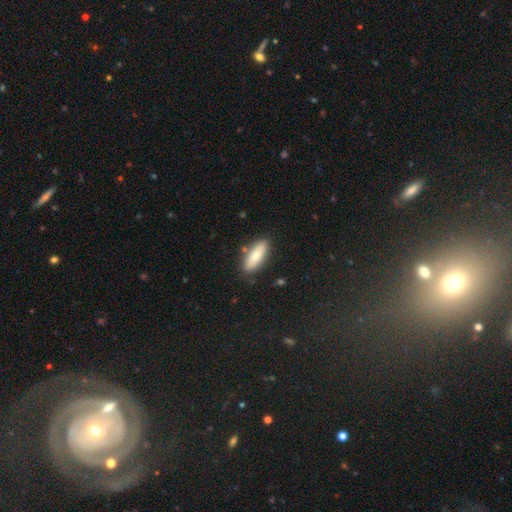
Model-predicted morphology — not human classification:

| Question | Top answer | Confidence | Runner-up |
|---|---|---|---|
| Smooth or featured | smooth | 75% | featured or disk (19%) |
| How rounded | in between | 65% | cigar-shaped (33%) |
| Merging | none | 84% | minor disturbance (11%) |